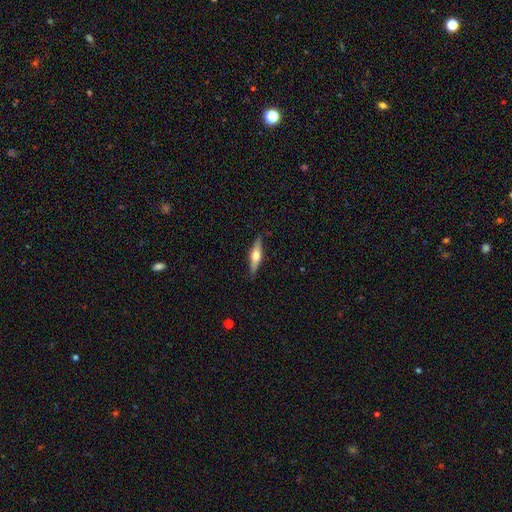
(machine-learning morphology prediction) The model was most divided on "smooth or featured": featured or disk: 53%, smooth: 41%, star or artifact: 5%. More confident: edge-on disk — yes (93%); merging — none (88%).